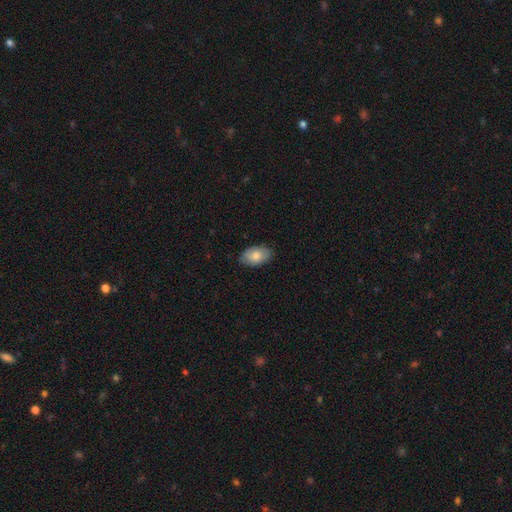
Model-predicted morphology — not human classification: Overall: smooth (78%). How rounded: in between (93%). Merging: none (84%).